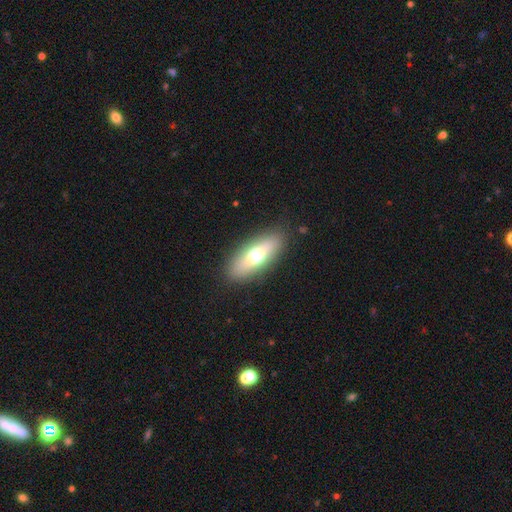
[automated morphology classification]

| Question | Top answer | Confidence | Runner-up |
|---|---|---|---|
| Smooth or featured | smooth | 59% | featured or disk (33%) |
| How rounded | in between | 68% | cigar-shaped (27%) |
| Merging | none | 88% | minor disturbance (8%) |